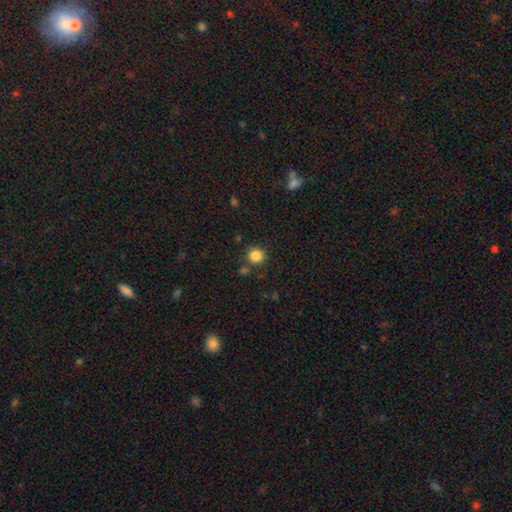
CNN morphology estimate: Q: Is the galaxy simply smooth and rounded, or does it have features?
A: smooth — 85%.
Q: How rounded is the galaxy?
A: round — 90%.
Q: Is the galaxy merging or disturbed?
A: none — 82%.